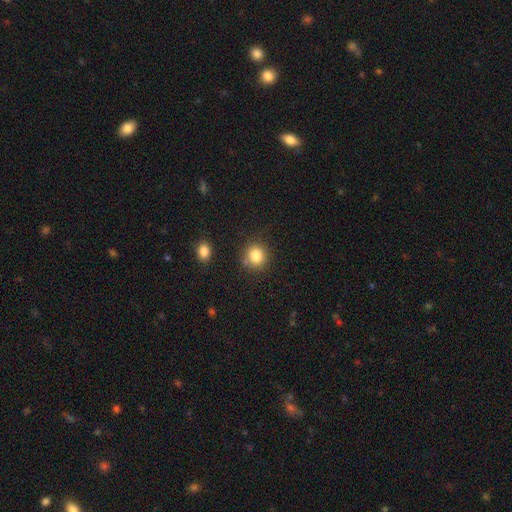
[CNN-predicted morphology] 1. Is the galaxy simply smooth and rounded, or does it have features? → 84% smooth, 10% star or artifact, 6% featured or disk.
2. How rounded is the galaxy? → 86% round, 13% in between, 1% cigar-shaped.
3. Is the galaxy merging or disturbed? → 78% none, 12% minor disturbance, 7% merger, 3% major disturbance.